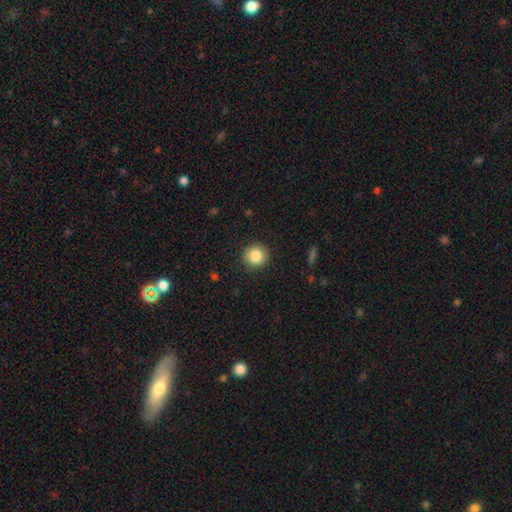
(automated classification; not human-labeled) Smooth or featured: smooth — 86% (star or artifact — 9%)
How rounded: round — 92% (in between — 7%)
Merging: none — 91% (minor disturbance — 6%)